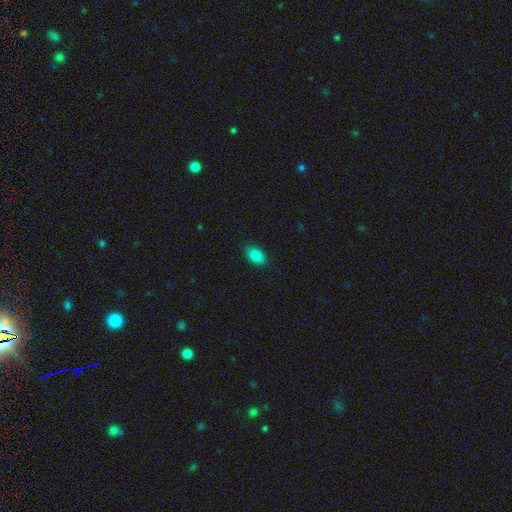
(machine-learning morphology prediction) Overall: smooth (85%). How rounded: in between (89%). Merging: none (88%).